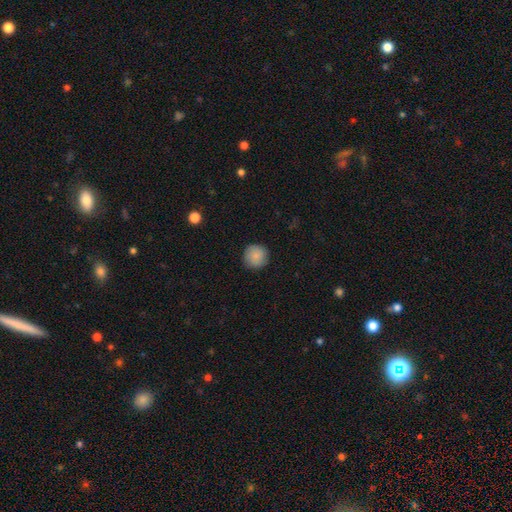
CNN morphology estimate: type=smooth (87%); roundness=round (95%); merging=none (88%).